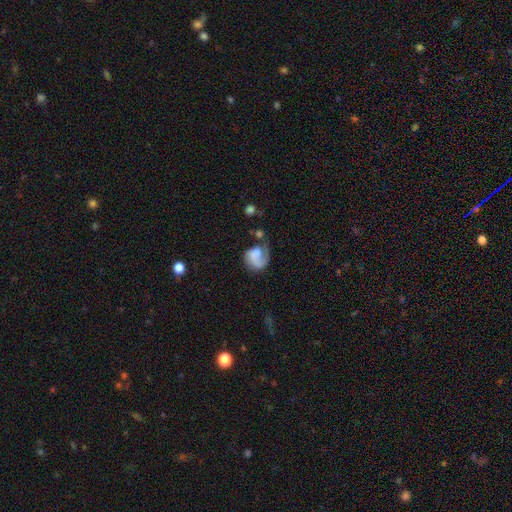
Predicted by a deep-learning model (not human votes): Smooth or featured?
  - featured or disk: 53% *
  - smooth: 39%
  - star or artifact: 8%
Edge-on disk?
  - no: 98% *
  - yes: 2%
Bar?
  - no: 67% *
  - weak: 27%
  - strong: 6%
Spiral arms?
  - yes: 84% *
  - no: 16%
Bulge size?
  - none: 49% *
  - small: 19%
  - moderate: 16%
  - large: 11%
  - dominant: 4%
Merging?
  - none: 38% *
  - major disturbance: 32%
  - minor disturbance: 22%
  - merger: 8%